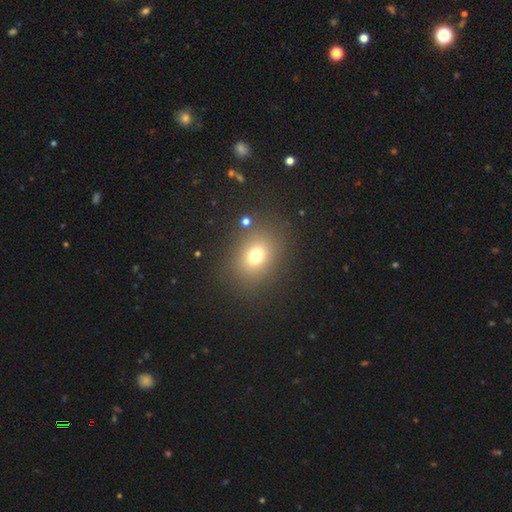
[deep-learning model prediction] Smooth or featured?
  - smooth: 72% *
  - star or artifact: 18%
  - featured or disk: 10%
How rounded?
  - round: 52% *
  - in between: 47%
  - cigar-shaped: 1%
Merging?
  - none: 84% *
  - minor disturbance: 9%
  - major disturbance: 5%
  - merger: 3%